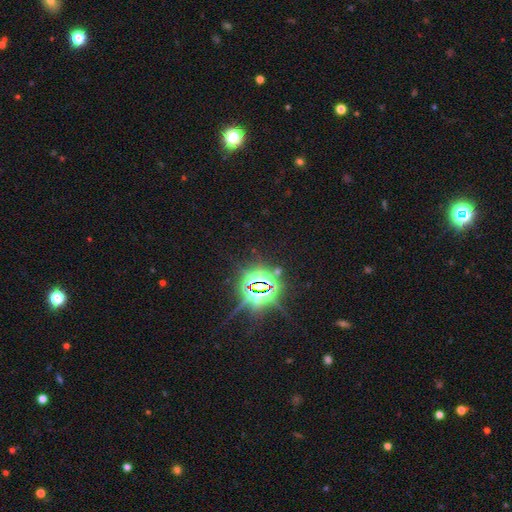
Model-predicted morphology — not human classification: A star or artifact, not a galaxy (85%).

Vote fractions:
- Smooth or featured? star or artifact: 85% / smooth: 9% / featured or disk: 6%